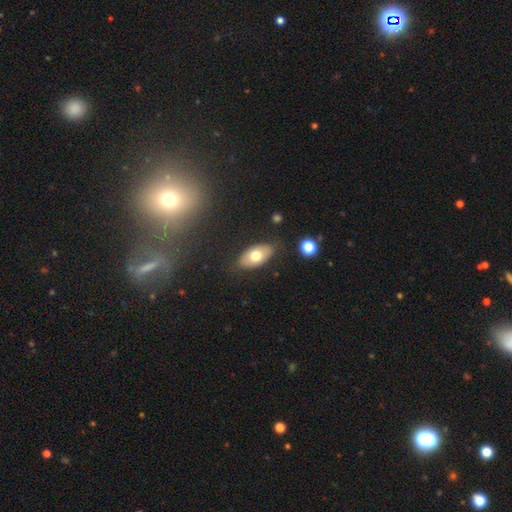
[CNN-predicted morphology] The model was most divided on "smooth or featured": smooth: 70%, featured or disk: 23%, star or artifact: 7%. More confident: how rounded — in between (92%); merging — none (84%).